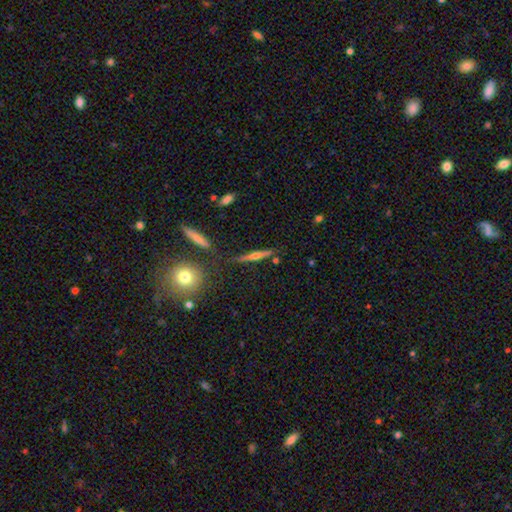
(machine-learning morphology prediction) featured or disk 65%, smooth 26%, star or artifact 9%. Down the decision tree: edge-on disk — yes (96%); edge-on bulge — rounded (88%); merging — none (82%).